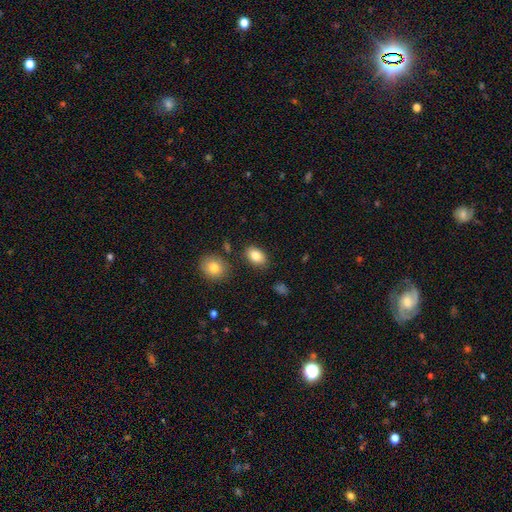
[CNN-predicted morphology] Smooth or featured? smooth (83%)
How rounded? in between (86%)
Merging? none (82%)